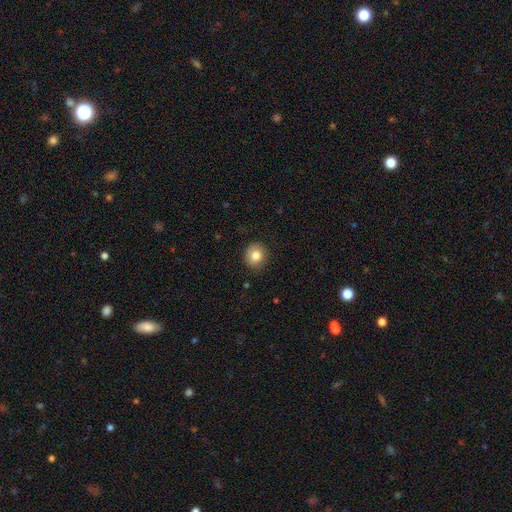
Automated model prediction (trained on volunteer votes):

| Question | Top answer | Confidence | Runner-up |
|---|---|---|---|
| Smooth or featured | smooth | 81% | star or artifact (10%) |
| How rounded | round | 82% | in between (17%) |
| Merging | none | 87% | minor disturbance (10%) |